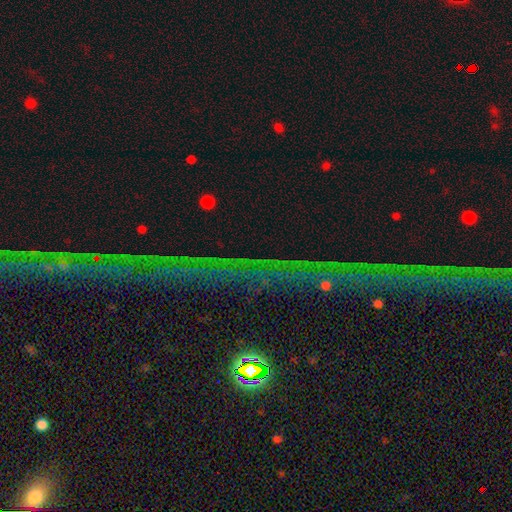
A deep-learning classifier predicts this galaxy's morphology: This appears to be a star or artifact, not a galaxy (78%).